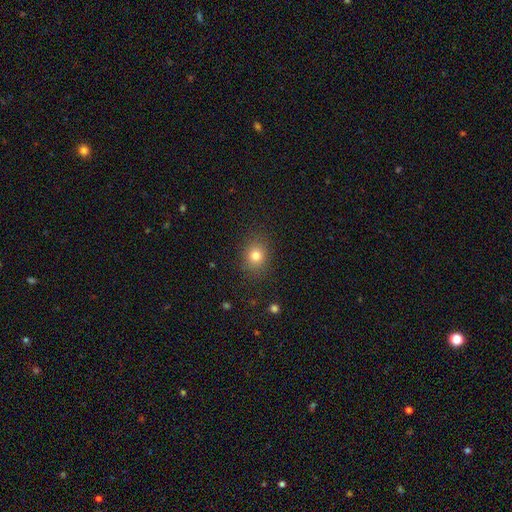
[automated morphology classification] This is likely a smooth galaxy (79%). How rounded: likely round (66%). Merging: clearly none (86%).